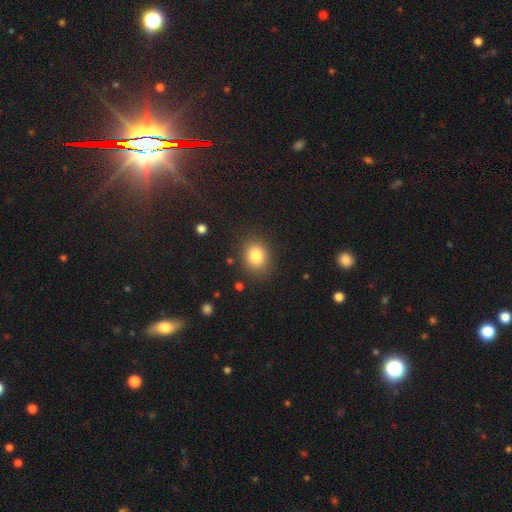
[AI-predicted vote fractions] This appears to be a smooth galaxy with no disk features (82%) that is round (58%). Merging: none (85%).